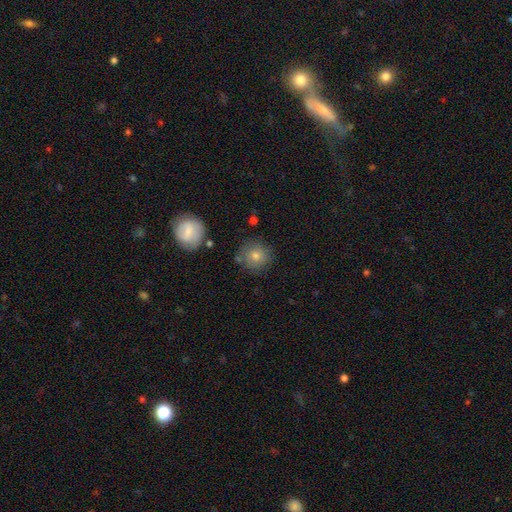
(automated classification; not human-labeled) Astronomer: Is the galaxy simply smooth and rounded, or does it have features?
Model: smooth — 72%.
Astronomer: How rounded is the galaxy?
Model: round — 93%.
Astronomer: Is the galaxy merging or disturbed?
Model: none — 84%.